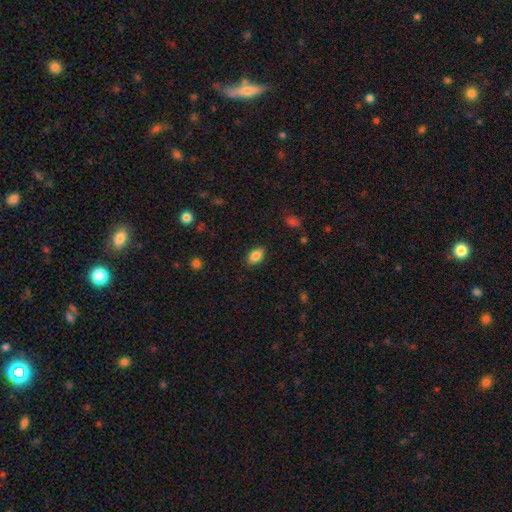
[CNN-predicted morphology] smooth-or-featured: smooth: 86% | star or artifact: 8% | featured or disk: 6%
  how-rounded: in between: 90% | round: 9% | cigar-shaped: 2%
  merging: none: 87% | minor disturbance: 10% | major disturbance: 3% | merger: 1%